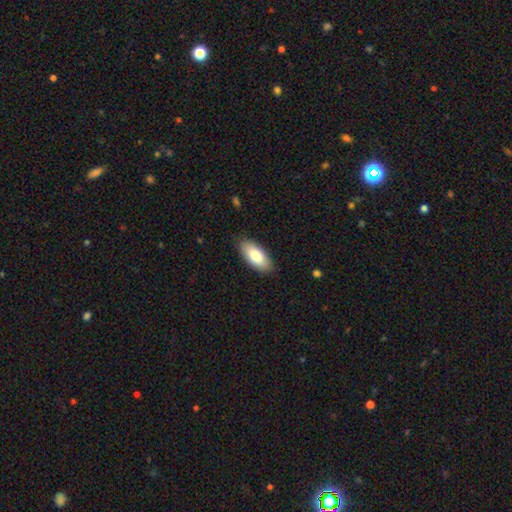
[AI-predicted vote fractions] smooth 81%, featured or disk 13%, star or artifact 6%. Down the decision tree: how rounded — in between (89%); merging — none (87%).